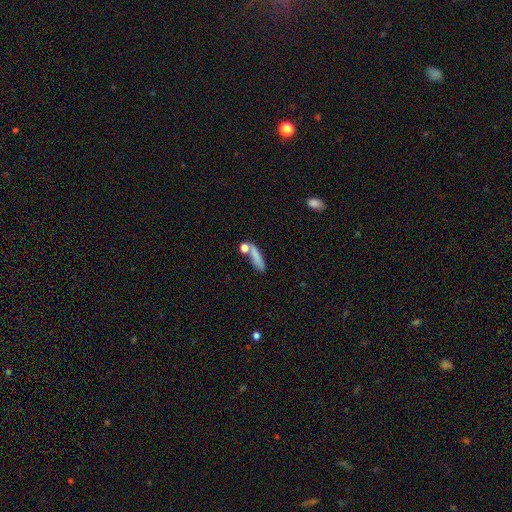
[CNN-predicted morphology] Smooth or featured? smooth (77%)
How rounded? cigar-shaped (61%)
Merging? none (55%)